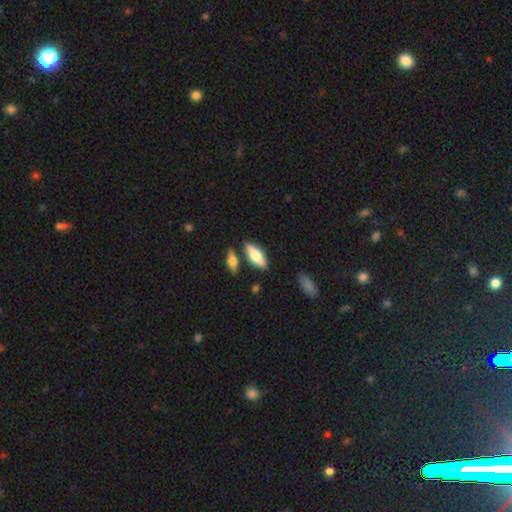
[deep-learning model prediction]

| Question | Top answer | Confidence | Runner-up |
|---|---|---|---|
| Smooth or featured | smooth | 67% | featured or disk (27%) |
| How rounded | in between | 64% | cigar-shaped (33%) |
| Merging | none | 77% | minor disturbance (11%) |